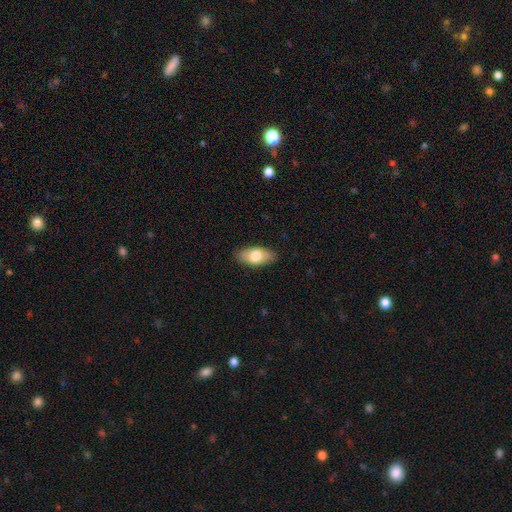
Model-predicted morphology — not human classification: A smooth galaxy with no disk features (73%) that is in between round and cigar-shaped (91%).

Vote fractions:
- Smooth or featured? smooth: 73% / featured or disk: 22% / star or artifact: 6%
- How rounded? in between: 91% / cigar-shaped: 5% / round: 3%
- Merging? none: 87% / minor disturbance: 10% / major disturbance: 2% / merger: 1%